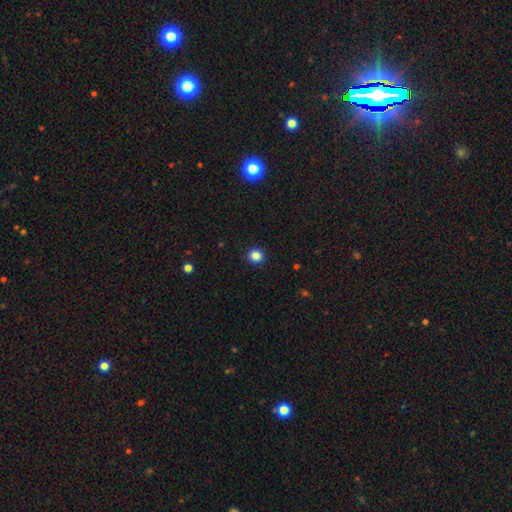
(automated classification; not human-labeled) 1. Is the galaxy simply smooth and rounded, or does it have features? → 85% smooth, 12% star or artifact, 4% featured or disk.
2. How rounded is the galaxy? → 91% round, 8% in between, 1% cigar-shaped.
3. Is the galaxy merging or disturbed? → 92% none, 5% minor disturbance, 2% major disturbance, 1% merger.